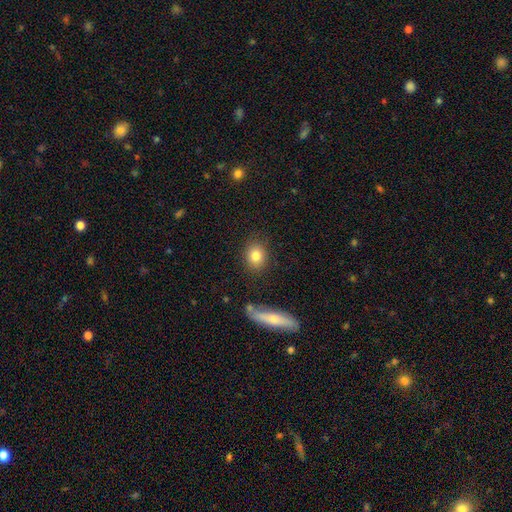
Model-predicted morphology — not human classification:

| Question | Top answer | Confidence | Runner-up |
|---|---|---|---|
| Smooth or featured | smooth | 80% | featured or disk (10%) |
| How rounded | round | 60% | in between (38%) |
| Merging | none | 85% | minor disturbance (9%) |